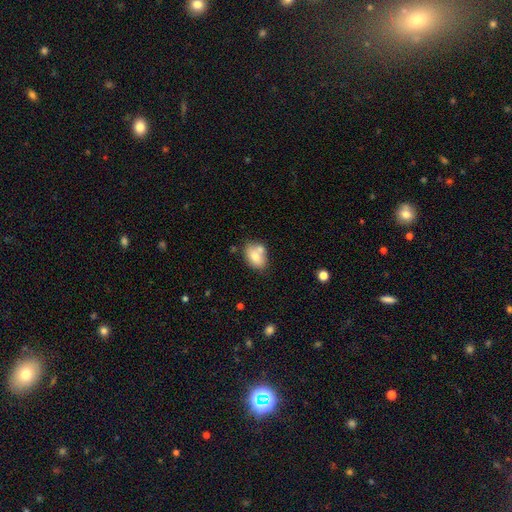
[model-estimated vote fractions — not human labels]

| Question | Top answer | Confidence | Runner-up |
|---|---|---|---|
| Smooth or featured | smooth | 73% | featured or disk (19%) |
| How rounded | in between | 77% | round (21%) |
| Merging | none | 50% | merger (29%) |